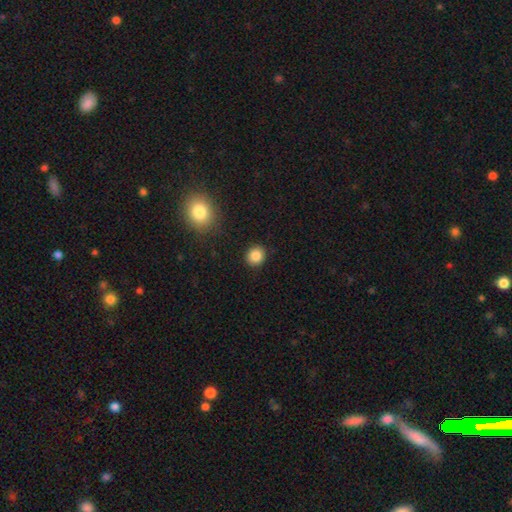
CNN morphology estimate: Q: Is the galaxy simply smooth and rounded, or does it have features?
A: smooth — 85%.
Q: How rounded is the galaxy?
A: round — 82%.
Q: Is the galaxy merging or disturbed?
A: none — 91%.